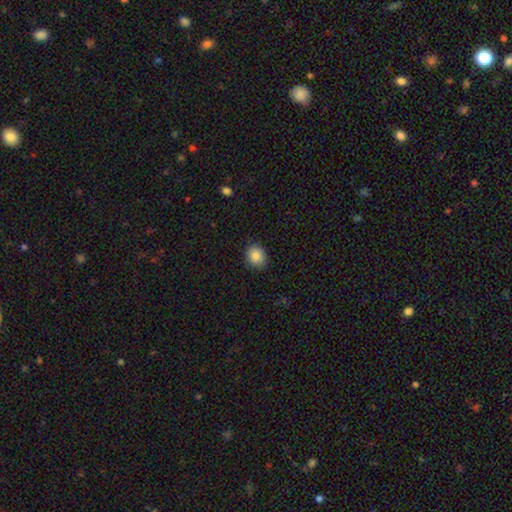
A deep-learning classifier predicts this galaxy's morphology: Overall: smooth (86%). How rounded: round (59%; in between 40%). Merging: none (87%).